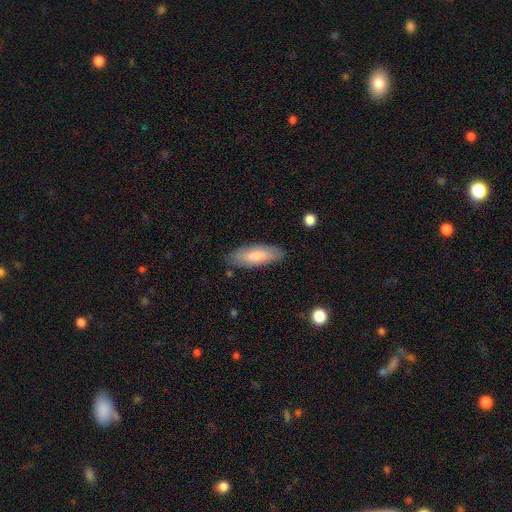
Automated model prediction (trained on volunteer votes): Smooth or featured: smooth — 75% (featured or disk — 20%)
How rounded: in between — 68% (cigar-shaped — 30%)
Merging: none — 84% (minor disturbance — 12%)